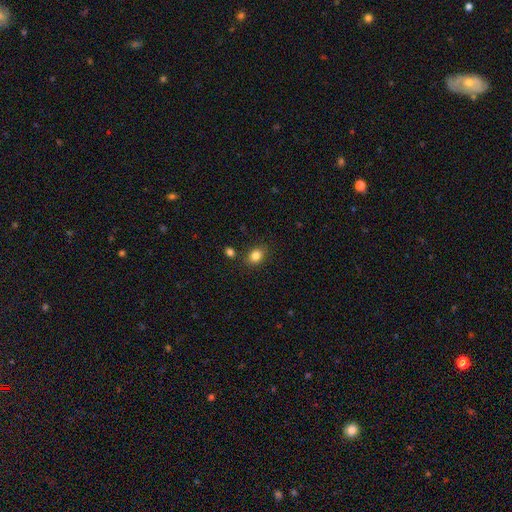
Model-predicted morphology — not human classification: This appears to be a smooth galaxy with no disk features (83%) that is in between round and cigar-shaped (54%). Merging: none (82%).